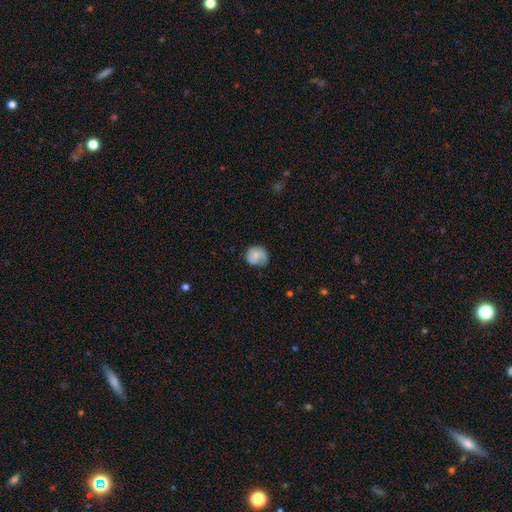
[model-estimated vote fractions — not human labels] Overall: smooth (48%; featured or disk 44%). Merging: none (62%; minor disturbance 26%).